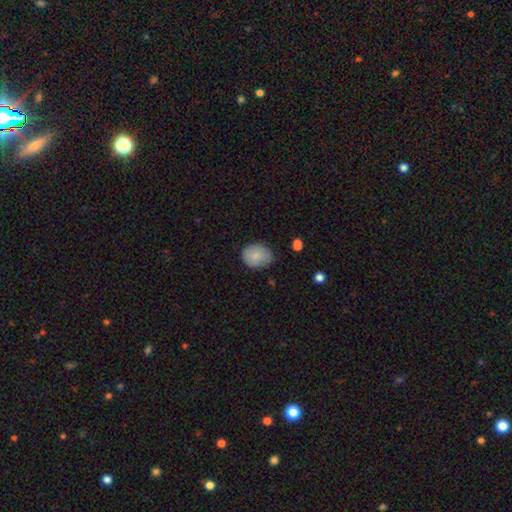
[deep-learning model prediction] A smooth galaxy with no disk features (83%) that is in between round and cigar-shaped (56%). Merging: none (77%).